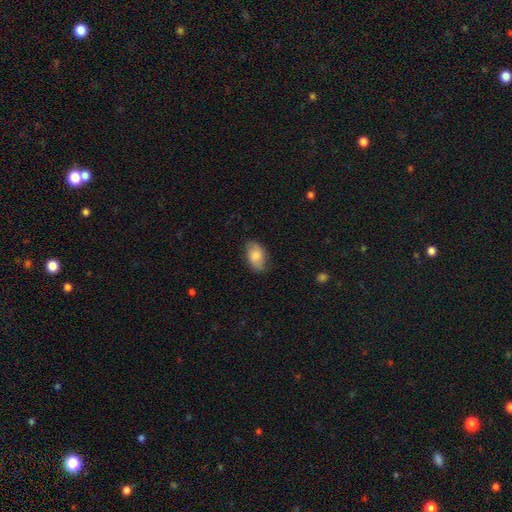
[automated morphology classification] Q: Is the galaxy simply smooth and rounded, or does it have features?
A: smooth — 76%.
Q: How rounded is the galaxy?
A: in between — 90%.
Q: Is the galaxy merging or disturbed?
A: none — 72%.